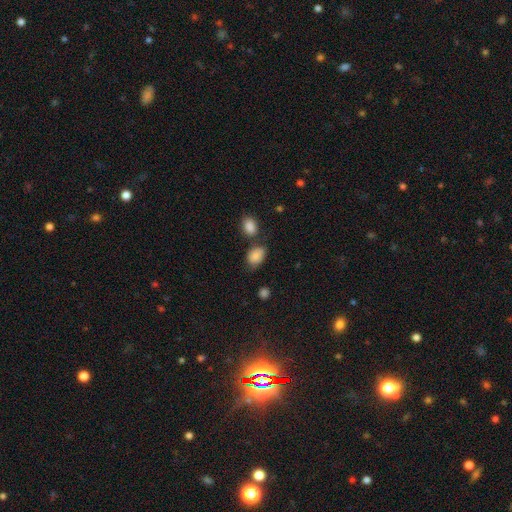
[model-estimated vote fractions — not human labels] Smooth or featured? Predicted: smooth (p=0.82). How rounded? Predicted: in between (p=0.76). Merging? Predicted: none (p=0.56).